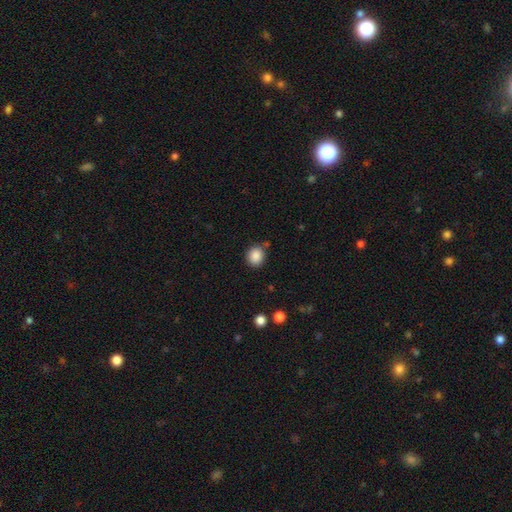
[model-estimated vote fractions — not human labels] Overall: smooth (87%). How rounded: round (78%). Merging: none (80%).